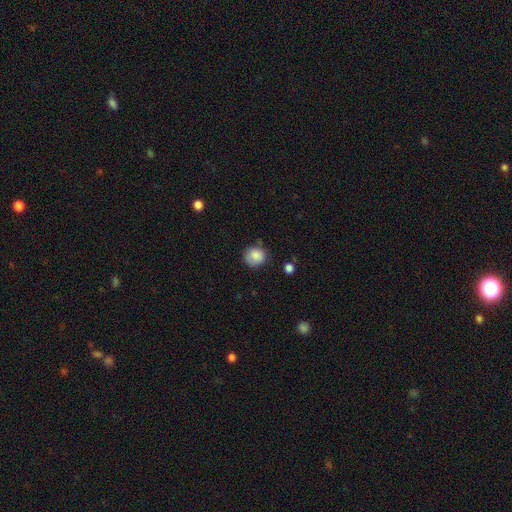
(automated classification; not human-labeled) Smooth or featured? Predicted: smooth (p=0.85). How rounded? Predicted: round (p=0.84). Merging? Predicted: none (p=0.73).